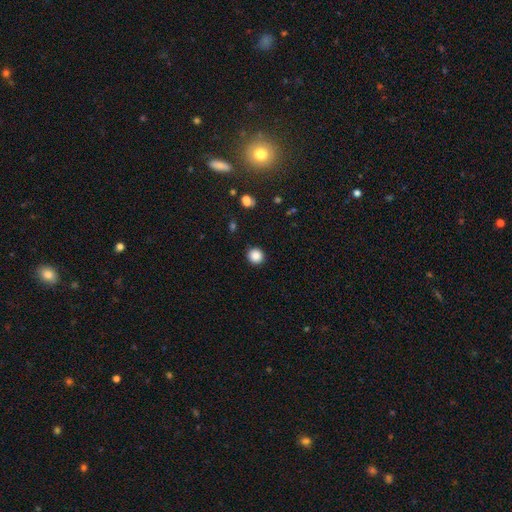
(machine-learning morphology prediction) type=smooth (86%); roundness=round (92%); merging=none (92%).